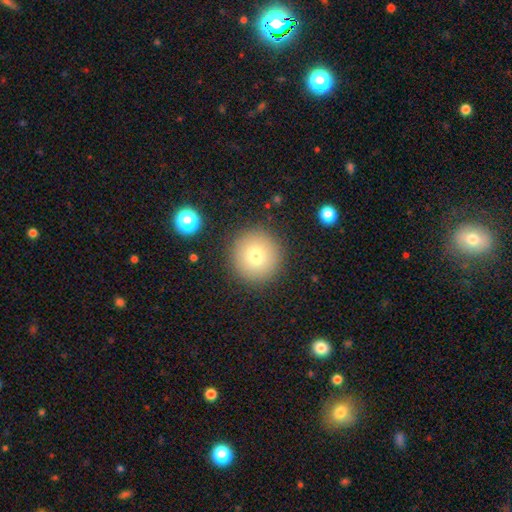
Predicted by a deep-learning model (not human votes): A smooth galaxy with no disk features (75%) that is round (96%). Merging: none (90%).